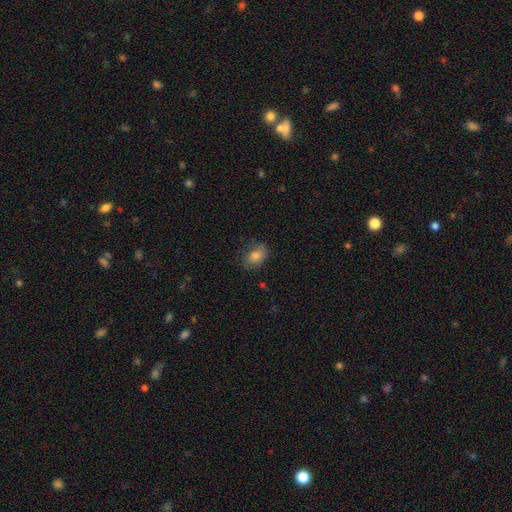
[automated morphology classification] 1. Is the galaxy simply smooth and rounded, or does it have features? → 74% smooth, 15% featured or disk, 11% star or artifact.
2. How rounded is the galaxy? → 73% in between, 26% round, 1% cigar-shaped.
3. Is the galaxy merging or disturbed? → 71% none, 21% minor disturbance, 6% major disturbance, 1% merger.